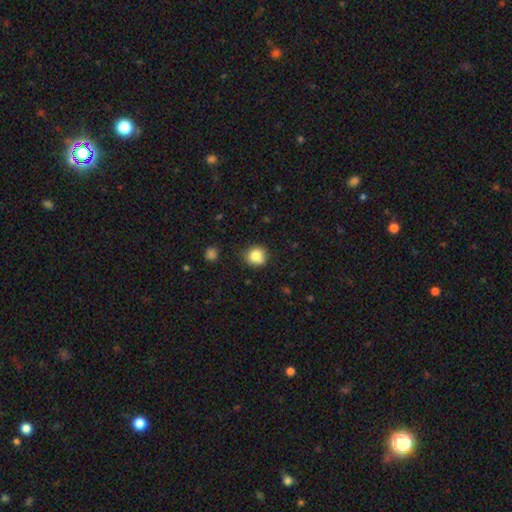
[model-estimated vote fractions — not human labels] Smooth or featured: smooth — 83% (star or artifact — 10%)
How rounded: round — 89% (in between — 10%)
Merging: none — 80% (minor disturbance — 14%)